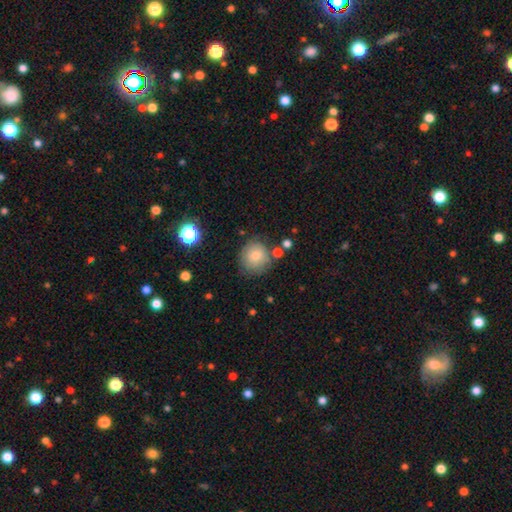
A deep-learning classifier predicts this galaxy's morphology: type=smooth (81%); roundness=round (87%); merging=none (73%).